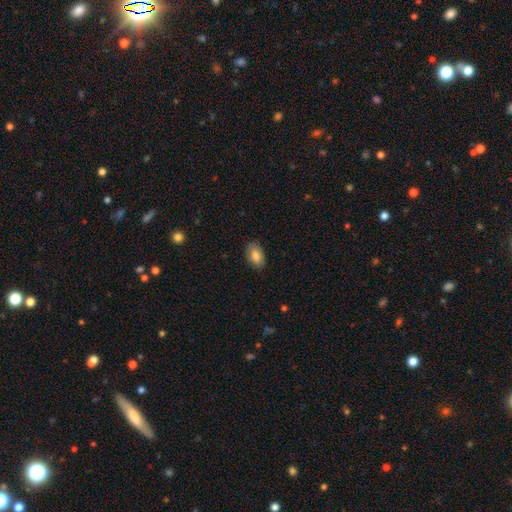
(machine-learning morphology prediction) Smooth or featured? smooth (78%)
How rounded? in between (92%)
Merging? none (83%)